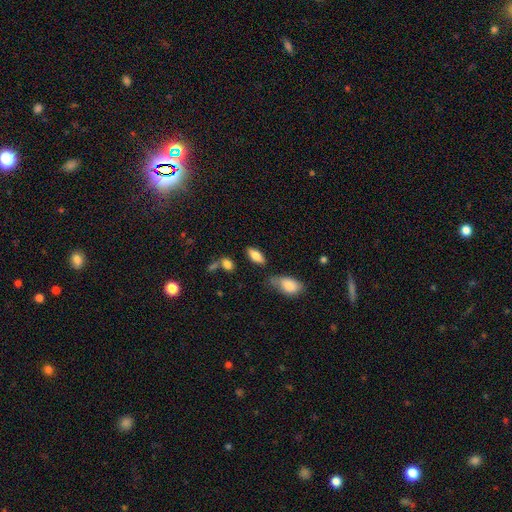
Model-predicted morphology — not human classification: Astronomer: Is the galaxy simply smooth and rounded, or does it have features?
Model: smooth — 76%.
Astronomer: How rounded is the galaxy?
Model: in between — 82%.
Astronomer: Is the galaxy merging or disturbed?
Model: none — 73%.